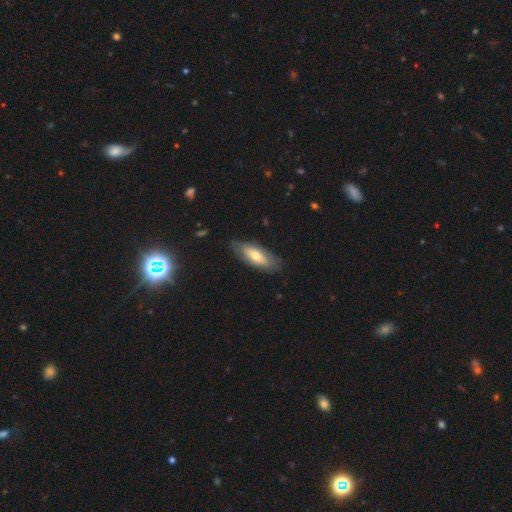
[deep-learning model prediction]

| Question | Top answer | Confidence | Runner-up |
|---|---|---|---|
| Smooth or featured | smooth | 62% | featured or disk (32%) |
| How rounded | in between | 73% | cigar-shaped (24%) |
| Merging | none | 79% | minor disturbance (16%) |